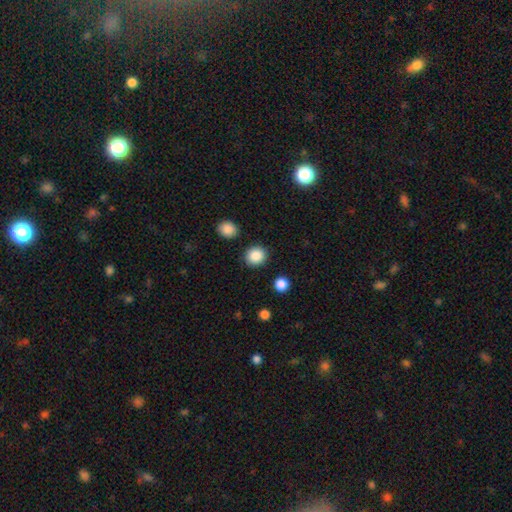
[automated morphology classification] A smooth galaxy with no disk features (87%) that is round (85%). Merging: none (89%).